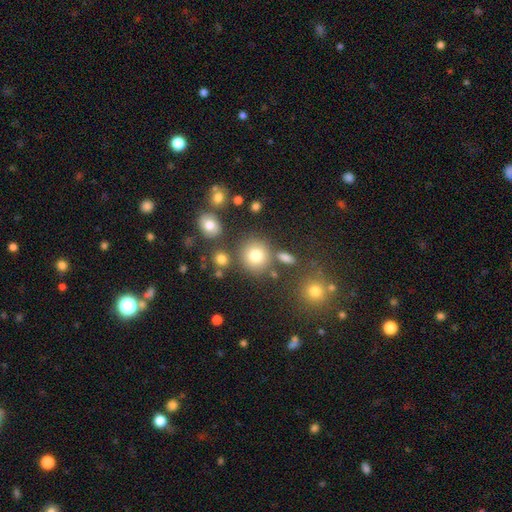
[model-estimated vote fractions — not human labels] Smooth or featured? smooth (78%)
How rounded? round (87%)
Merging? none (77%)